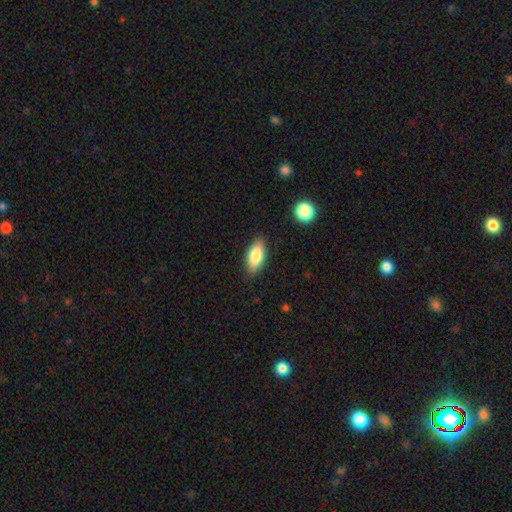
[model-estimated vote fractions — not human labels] A smooth galaxy with no disk features (82%) that is in between round and cigar-shaped (85%). Merging: none (85%).